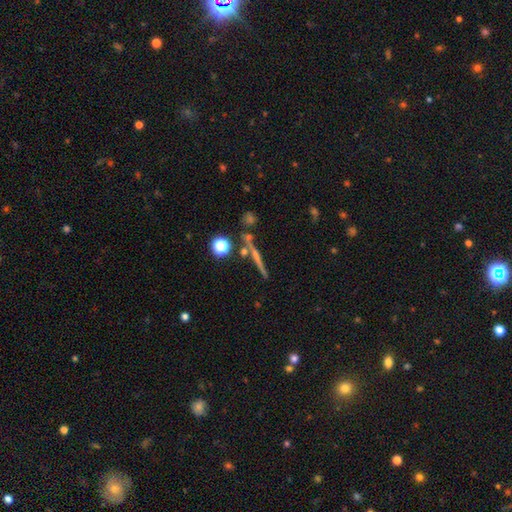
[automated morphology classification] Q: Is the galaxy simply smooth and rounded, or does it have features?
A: featured or disk — 57%.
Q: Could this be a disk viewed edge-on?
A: yes — 95%.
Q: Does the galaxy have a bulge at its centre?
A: none — 58%.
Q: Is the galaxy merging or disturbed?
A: none — 81%.